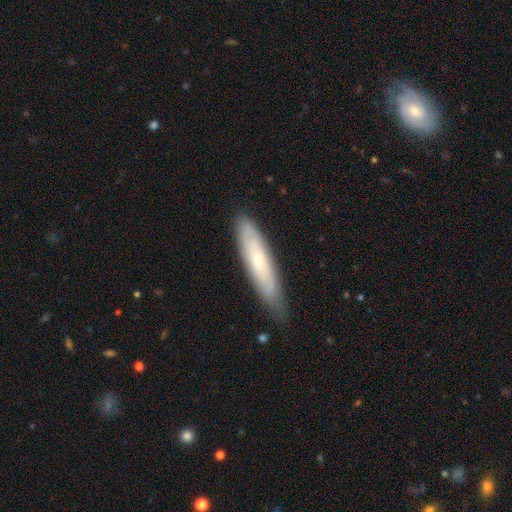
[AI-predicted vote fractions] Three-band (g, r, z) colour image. It shows a smooth galaxy with no disk features (54%) that is cigar-shaped (85%). Merging: none (82%).